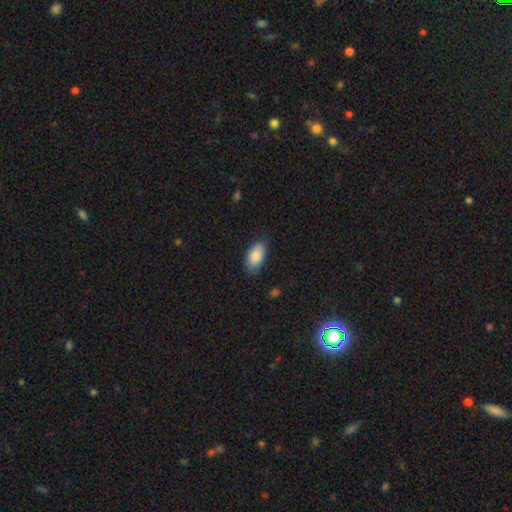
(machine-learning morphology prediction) Overall: smooth (87%). How rounded: in between (94%). Merging: none (79%).